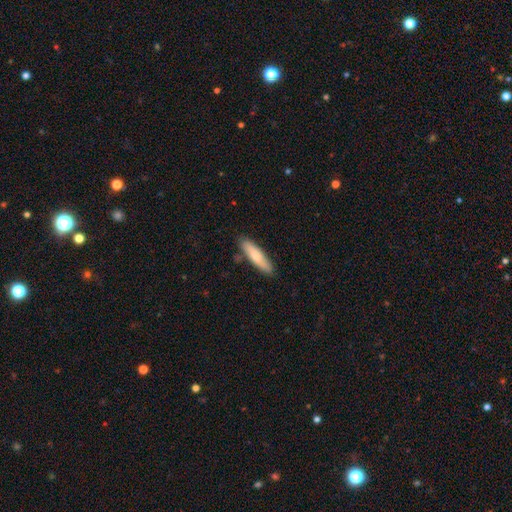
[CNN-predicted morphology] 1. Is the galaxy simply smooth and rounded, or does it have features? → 75% smooth, 20% featured or disk, 5% star or artifact.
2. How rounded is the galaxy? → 74% cigar-shaped, 24% in between, 1% round.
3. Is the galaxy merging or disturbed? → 84% none, 11% minor disturbance, 3% merger, 2% major disturbance.